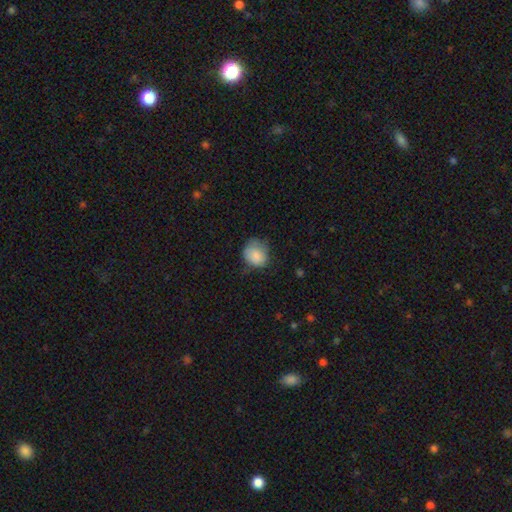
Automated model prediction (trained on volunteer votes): This is clearly a smooth galaxy (83%). How rounded: likely round (71%). Merging: possibly none (55%).